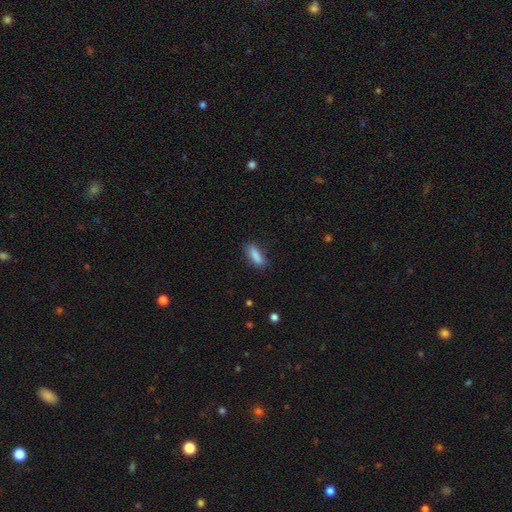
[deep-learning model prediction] Morphology: type=smooth (86%); roundness=in between (62%); merging=none (74%).